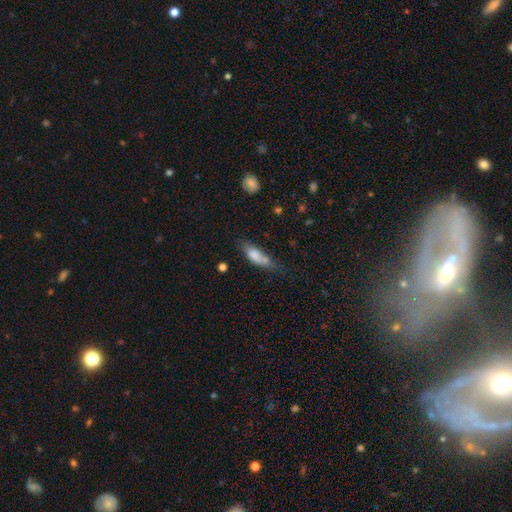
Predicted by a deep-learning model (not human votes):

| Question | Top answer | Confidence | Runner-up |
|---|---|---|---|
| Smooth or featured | smooth | 77% | featured or disk (16%) |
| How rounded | in between | 60% | cigar-shaped (38%) |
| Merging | none | 40% | minor disturbance (34%) |